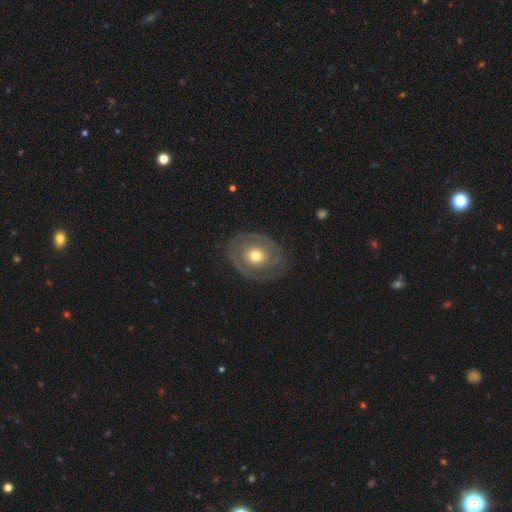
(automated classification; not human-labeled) Smooth or featured: featured or disk — 59% (smooth — 35%)
Edge-on disk: no — 95% (yes — 5%)
Bar: no — 84% (weak — 12%)
Spiral arms: yes — 51% (no — 49%)
Bulge size: moderate — 69% (small — 19%)
Merging: none — 77% (minor disturbance — 15%)